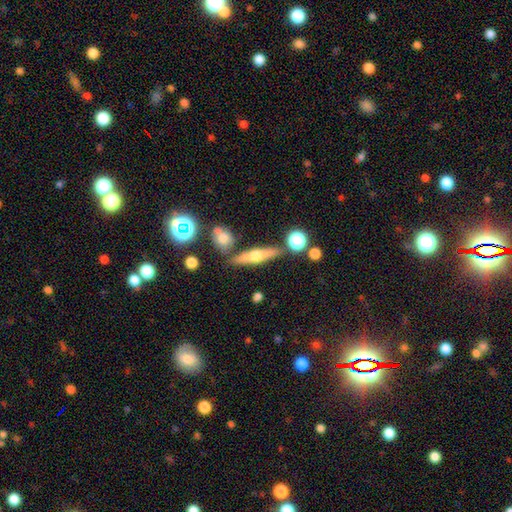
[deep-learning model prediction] Smooth or featured? featured or disk (51%)
Edge-on disk? yes (89%)
Merging? none (76%)